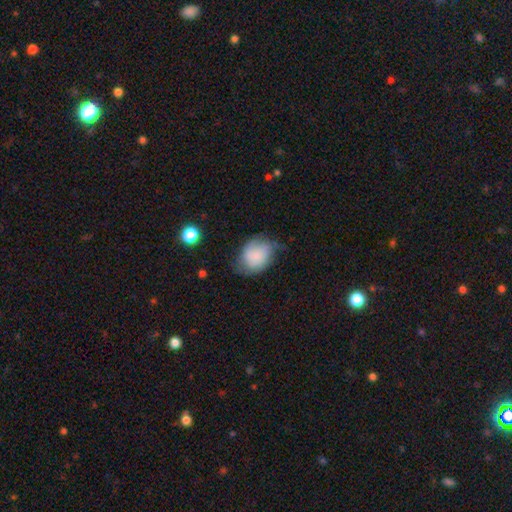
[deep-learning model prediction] smooth 67%, featured or disk 25%, star or artifact 8%. Down the decision tree: how rounded — in between (58%); merging — none (46%).